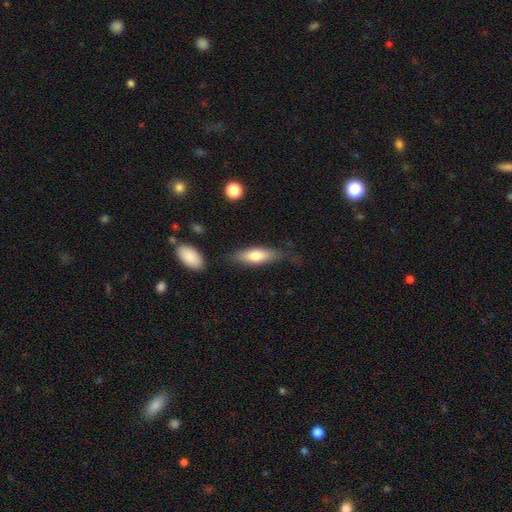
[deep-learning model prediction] smooth 71%, featured or disk 23%, star or artifact 6%. Down the decision tree: how rounded — in between (57%); merging — none (68%).